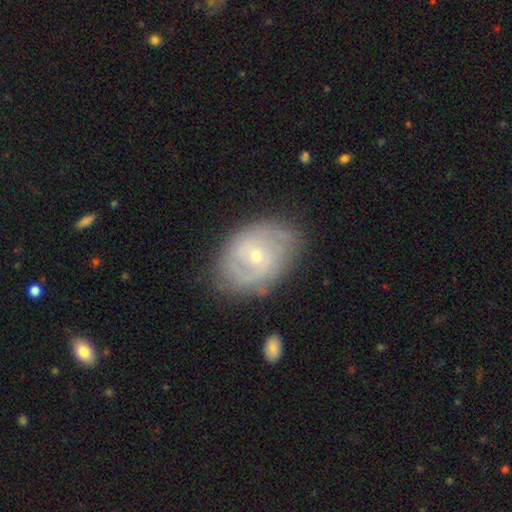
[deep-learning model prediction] A featured or disk galaxy (75%) with no bar (62%), 2 (47%) tight (51%) spiral arms (84%) and a small central bulge (68%).

Vote fractions:
- Smooth or featured? featured or disk: 75% / smooth: 19% / star or artifact: 6%
- Edge-on disk? no: 96% / yes: 4%
- Bar? no: 62% / weak: 32% / strong: 6%
- Spiral arms? yes: 84% / no: 16%
- Spiral winding? tight: 51% / medium: 36% / loose: 12%
- Spiral arm count? 2: 47% / can't tell: 32% / 3: 10% / 1: 5% / 4: 3% / more than 4: 3%
- Bulge size? small: 68% / moderate: 29% / large: 1% / none: 1% / dominant: 1%
- Merging? none: 75% / minor disturbance: 17% / major disturbance: 6% / merger: 2%